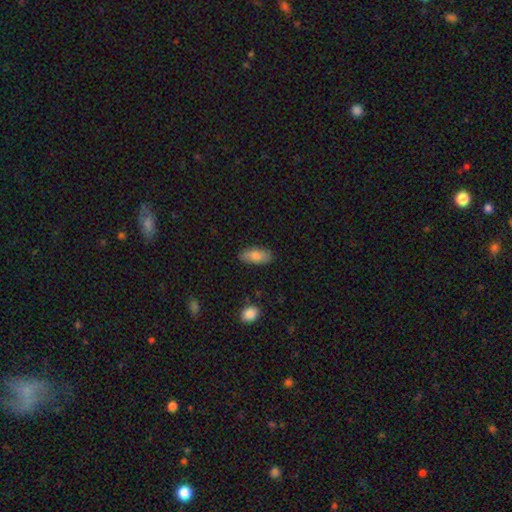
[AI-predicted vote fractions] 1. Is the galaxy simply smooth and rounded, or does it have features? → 82% smooth, 11% featured or disk, 6% star or artifact.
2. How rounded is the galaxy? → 88% in between, 10% cigar-shaped, 2% round.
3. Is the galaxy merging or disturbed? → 84% none, 12% minor disturbance, 2% major disturbance, 2% merger.